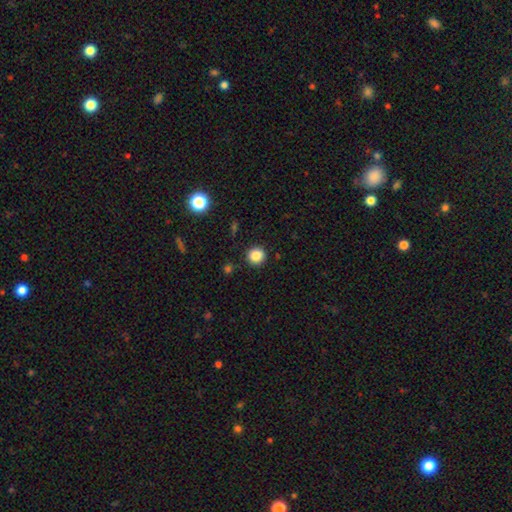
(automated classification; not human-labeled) Smooth or featured? smooth (84%)
How rounded? round (91%)
Merging? none (89%)